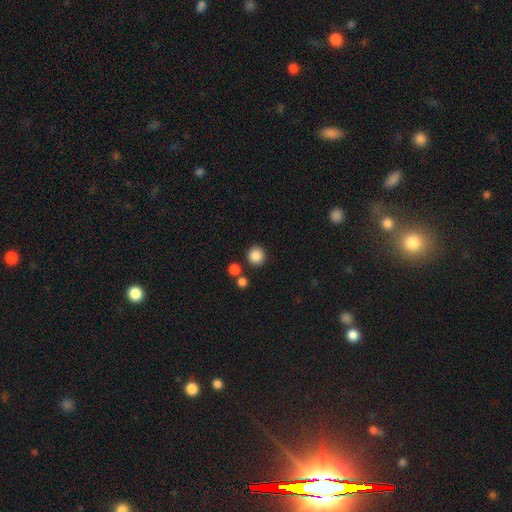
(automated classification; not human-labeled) Smooth or featured: smooth — 87% (star or artifact — 10%)
How rounded: round — 91% (in between — 8%)
Merging: none — 82% (merger — 8%)